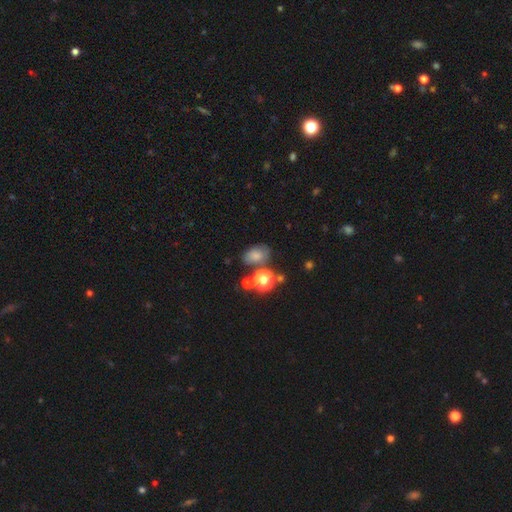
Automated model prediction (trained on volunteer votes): This is likely a smooth galaxy (72%). How rounded: likely in between (77%). Merging: likely none (62%).